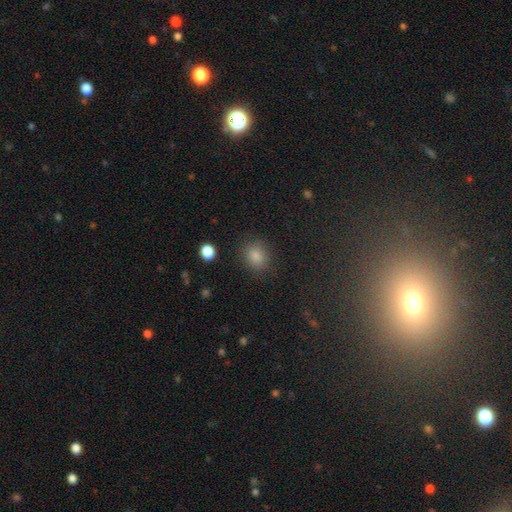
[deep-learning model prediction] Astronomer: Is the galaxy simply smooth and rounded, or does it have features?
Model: smooth — 80%.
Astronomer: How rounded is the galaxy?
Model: round — 73%.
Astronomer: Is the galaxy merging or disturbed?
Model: none — 88%.